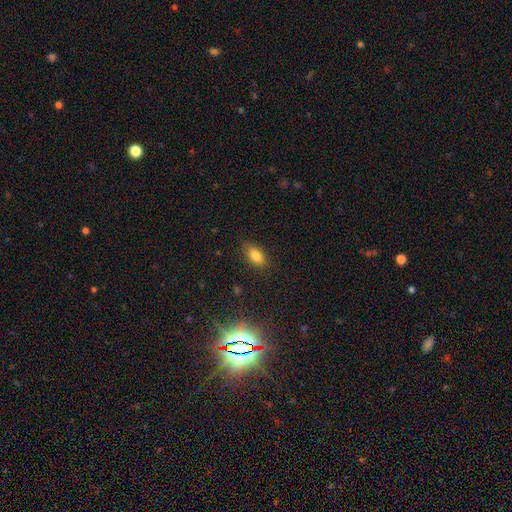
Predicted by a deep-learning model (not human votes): smooth-or-featured: smooth: 81% | star or artifact: 11% | featured or disk: 8%
  how-rounded: in between: 88% | round: 6% | cigar-shaped: 6%
  merging: none: 84% | minor disturbance: 12% | major disturbance: 3% | merger: 1%